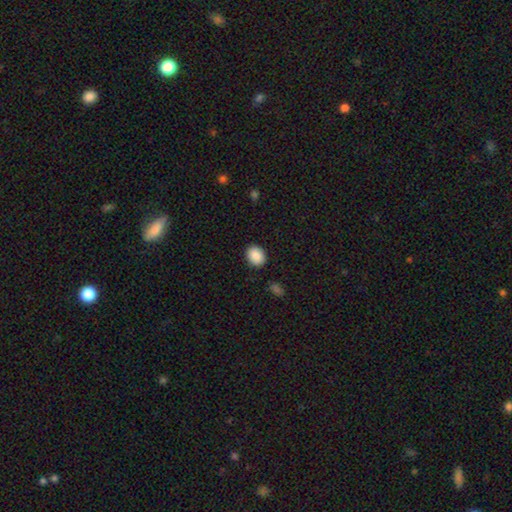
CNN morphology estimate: Smooth or featured?
  - smooth: 90% *
  - star or artifact: 8%
  - featured or disk: 3%
How rounded?
  - in between: 50% *
  - round: 49%
  - cigar-shaped: 1%
Merging?
  - none: 89% *
  - minor disturbance: 7%
  - major disturbance: 2%
  - merger: 1%